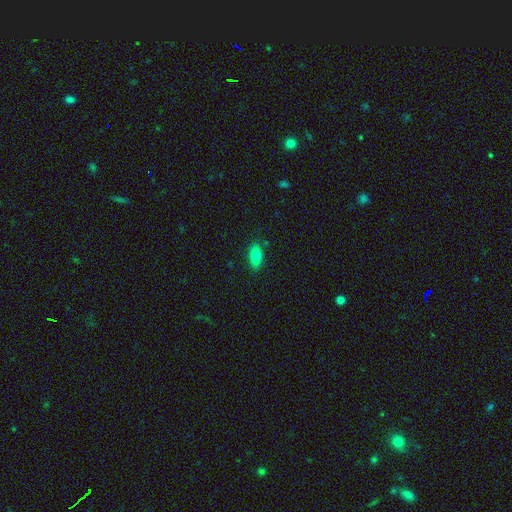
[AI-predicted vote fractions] Smooth or featured? Predicted: smooth (p=0.79). How rounded? Predicted: in between (p=0.88). Merging? Predicted: none (p=0.84).